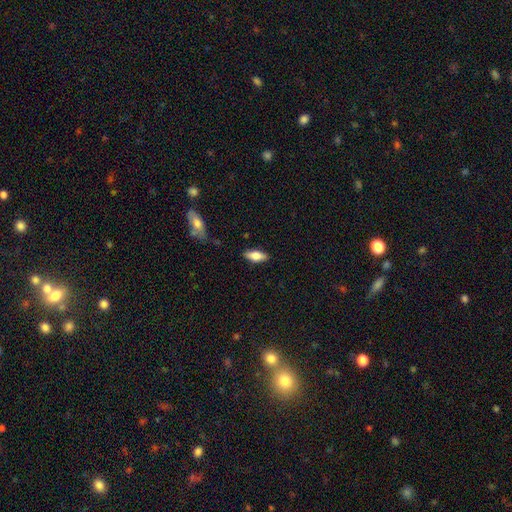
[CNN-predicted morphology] smooth 69%, featured or disk 24%, star or artifact 6%. Down the decision tree: how rounded — in between (76%); merging — none (85%).